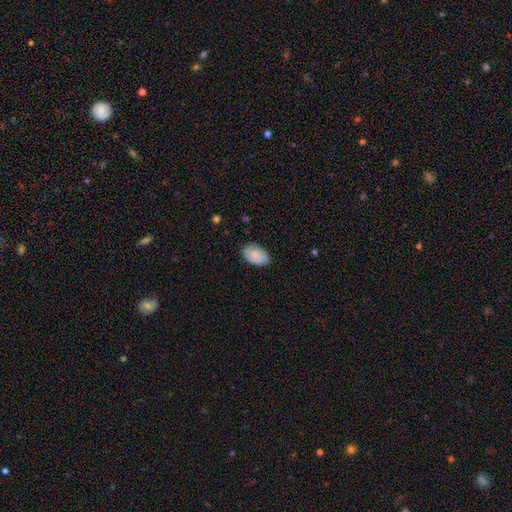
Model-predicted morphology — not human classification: This is clearly a smooth galaxy (84%). How rounded: clearly in between (91%). Merging: likely none (76%).